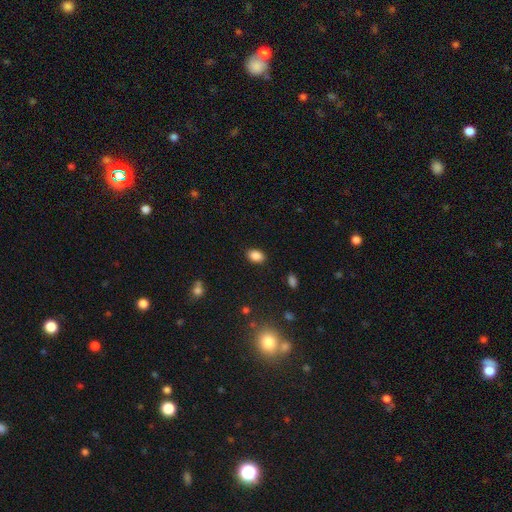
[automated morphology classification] smooth_or_featured: smooth (p=0.87) [alt: star or artifact p=0.09]
how_rounded: in between (p=0.84) [alt: round p=0.15]
merging: none (p=0.87) [alt: minor disturbance p=0.09]